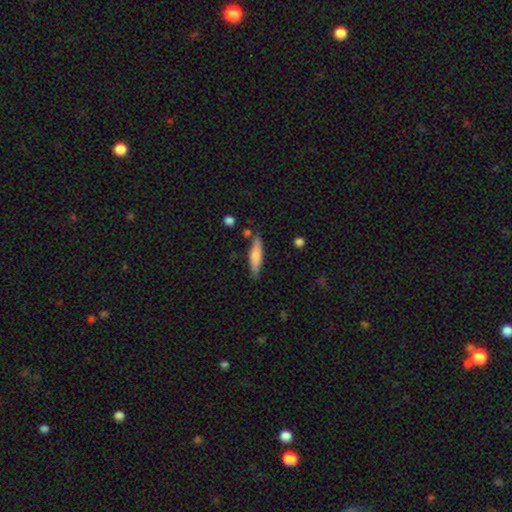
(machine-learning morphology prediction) Smooth or featured? Predicted: smooth (p=0.65). How rounded? Predicted: cigar-shaped (p=0.77). Merging? Predicted: none (p=0.79).